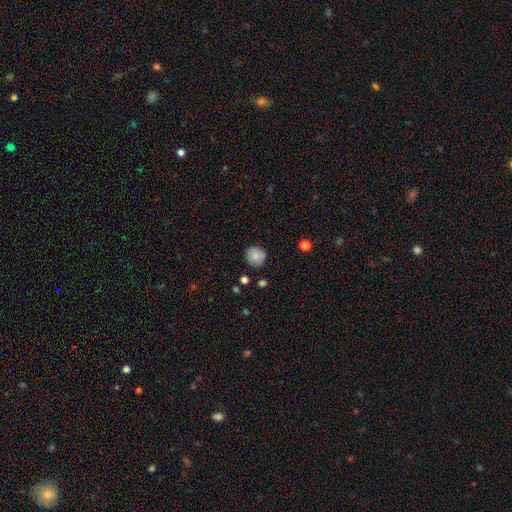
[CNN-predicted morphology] Smooth or featured? Predicted: smooth (p=0.83). How rounded? Predicted: round (p=0.91). Merging? Predicted: none (p=0.82).